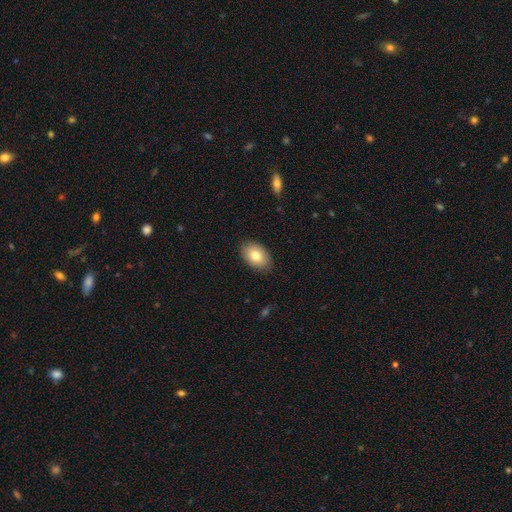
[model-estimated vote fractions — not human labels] Smooth or featured?
  - smooth: 80% *
  - featured or disk: 13%
  - star or artifact: 7%
How rounded?
  - in between: 88% *
  - round: 11%
  - cigar-shaped: 1%
Merging?
  - none: 87% *
  - minor disturbance: 10%
  - major disturbance: 2%
  - merger: 1%